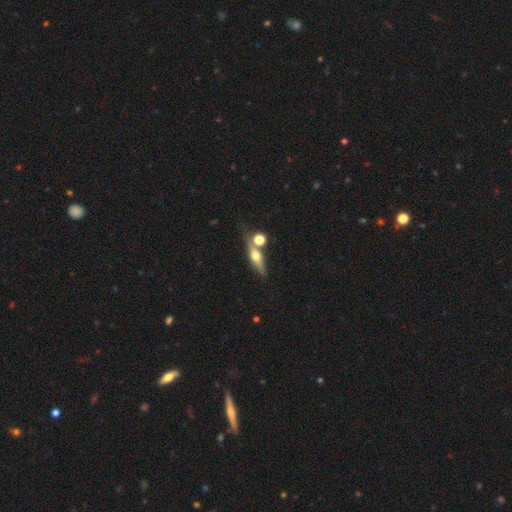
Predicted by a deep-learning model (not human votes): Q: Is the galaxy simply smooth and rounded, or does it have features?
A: featured or disk — 53%.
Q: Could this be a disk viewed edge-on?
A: yes — 87%.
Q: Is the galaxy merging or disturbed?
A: none — 61%.